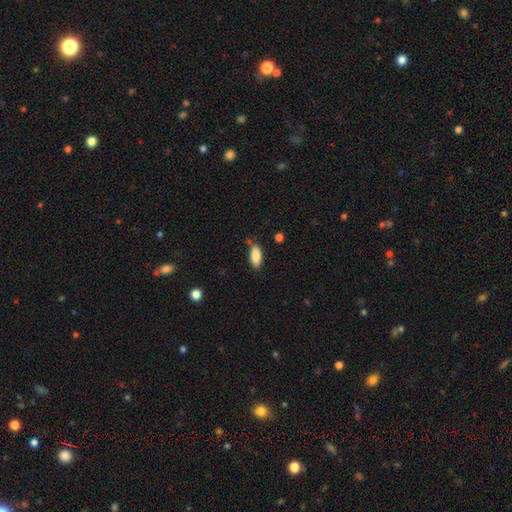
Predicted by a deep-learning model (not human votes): This appears to be a smooth galaxy with no disk features (86%) that is in between round and cigar-shaped (85%). Merging: none (79%).